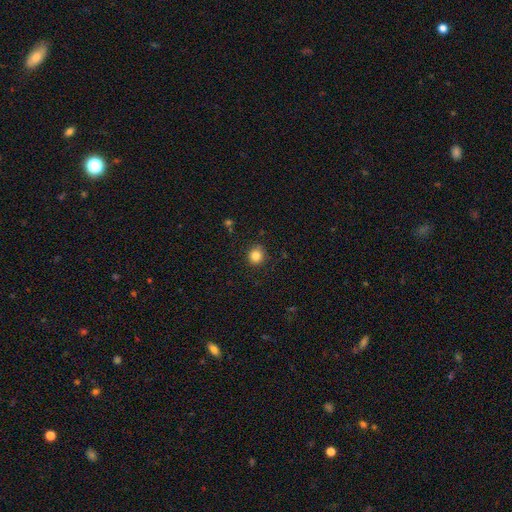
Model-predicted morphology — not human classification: This appears to be a smooth galaxy with no disk features (84%) that is round (89%). Merging: none (87%).